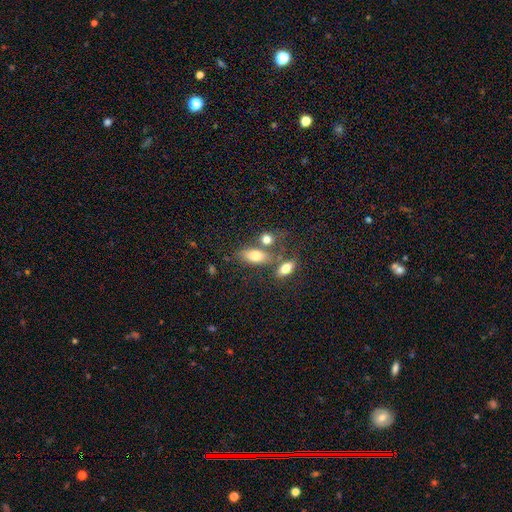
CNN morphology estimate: smooth 76%, featured or disk 15%, star or artifact 9%. Down the decision tree: how rounded — in between (80%); merging — none (54%).